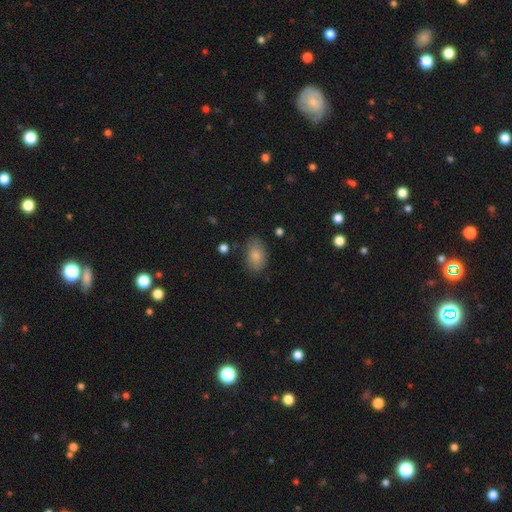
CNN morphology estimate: The model was most divided on "merging": none: 79%, minor disturbance: 16%, major disturbance: 4%, merger: 2%. More confident: how rounded — in between (89%); smooth or featured — smooth (83%).